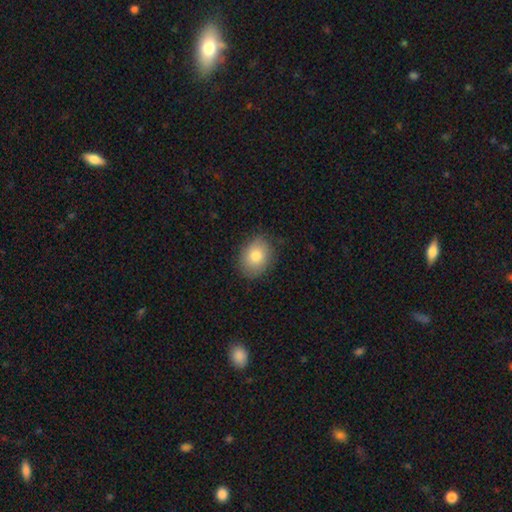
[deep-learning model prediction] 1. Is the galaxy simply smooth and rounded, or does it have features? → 80% smooth, 12% featured or disk, 8% star or artifact.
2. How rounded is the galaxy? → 57% in between, 42% round, 1% cigar-shaped.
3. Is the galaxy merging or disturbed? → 83% none, 13% minor disturbance, 3% major disturbance, 1% merger.